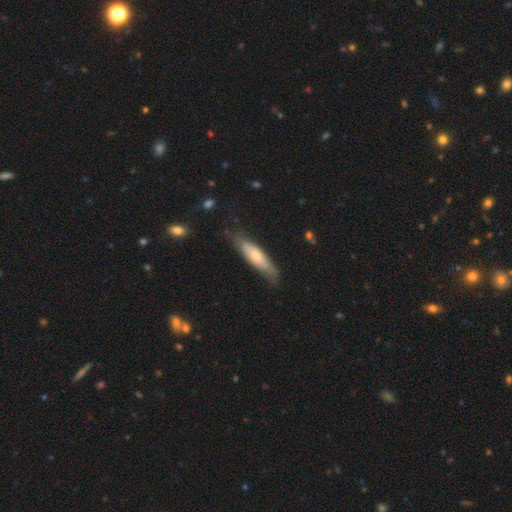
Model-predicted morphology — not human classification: smooth 58%, featured or disk 37%, star or artifact 5%. Down the decision tree: how rounded — cigar-shaped (67%); merging — none (67%).